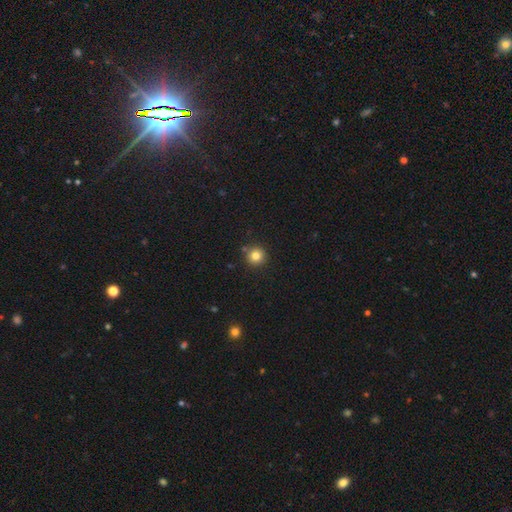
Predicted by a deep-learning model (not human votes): Smooth or featured?
  - smooth: 81% *
  - star or artifact: 13%
  - featured or disk: 7%
How rounded?
  - round: 95% *
  - in between: 4%
  - cigar-shaped: 1%
Merging?
  - none: 87% *
  - minor disturbance: 7%
  - merger: 4%
  - major disturbance: 2%